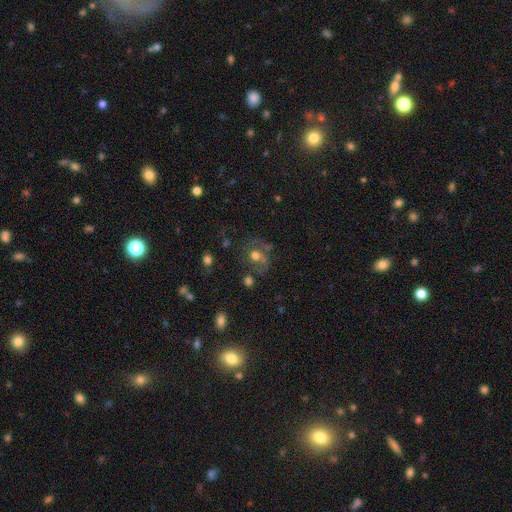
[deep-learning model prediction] This appears to be a smooth galaxy with no disk features (50%) that is round (67%). Merging: none (47%).